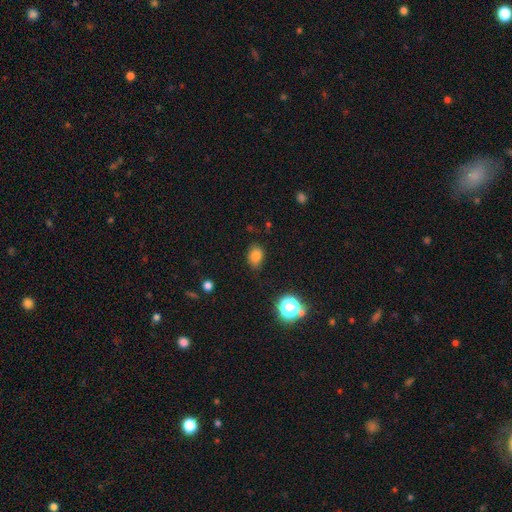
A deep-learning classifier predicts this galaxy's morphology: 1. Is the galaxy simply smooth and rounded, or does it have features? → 80% smooth, 14% star or artifact, 6% featured or disk.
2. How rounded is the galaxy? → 66% in between, 32% round, 1% cigar-shaped.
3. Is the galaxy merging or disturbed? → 77% none, 18% minor disturbance, 4% major disturbance, 2% merger.